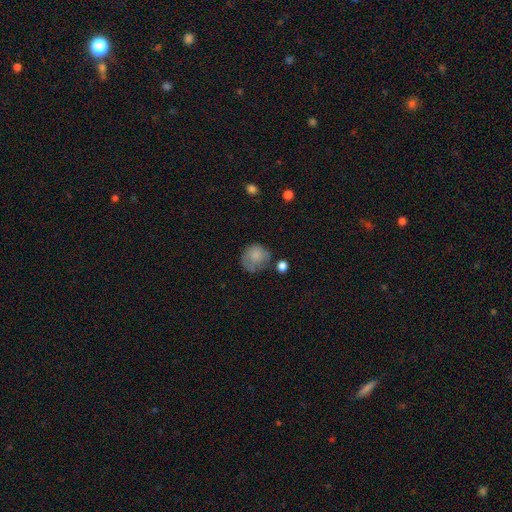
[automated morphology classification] Smooth or featured? Predicted: smooth (p=0.77). How rounded? Predicted: round (p=0.78). Merging? Predicted: none (p=0.51).